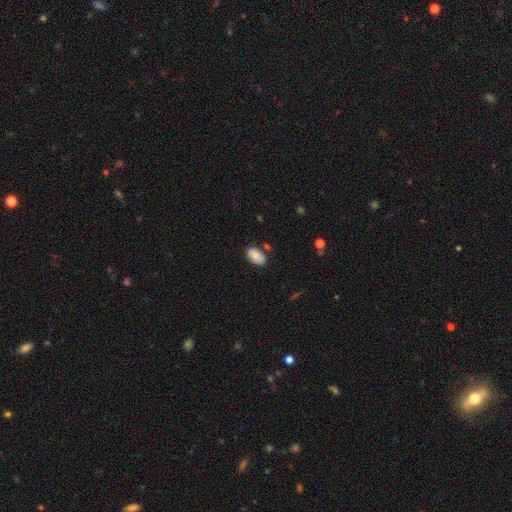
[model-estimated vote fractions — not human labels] Smooth or featured? smooth (82%)
How rounded? in between (94%)
Merging? none (75%)